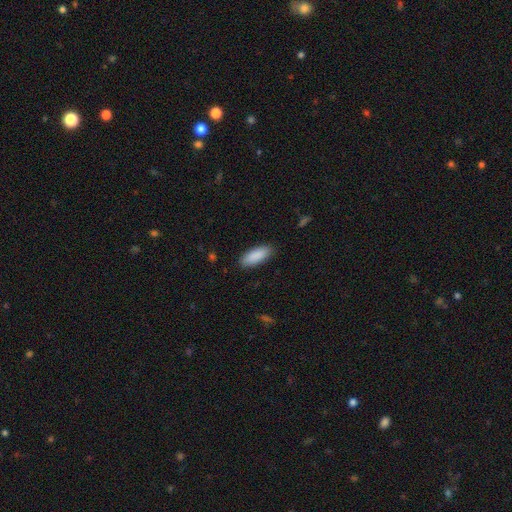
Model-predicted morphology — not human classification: Q: Smooth or featured?
A: smooth (90%); runner-up: star or artifact (6%)
Q: How rounded?
A: in between (76%); runner-up: cigar-shaped (22%)
Q: Merging?
A: none (88%); runner-up: minor disturbance (9%)